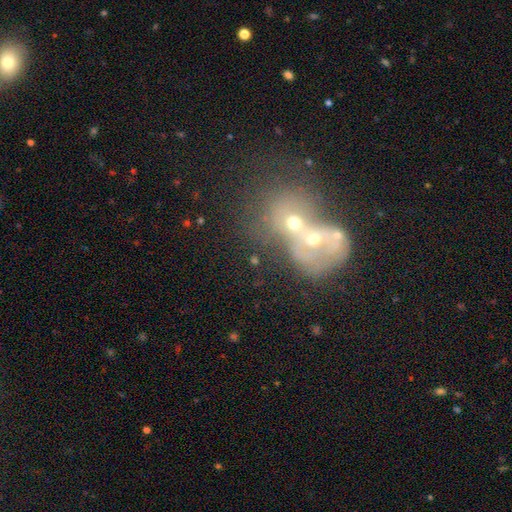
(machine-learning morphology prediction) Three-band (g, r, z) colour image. It shows a featured or disk galaxy (46%). Merging: merger (80%).